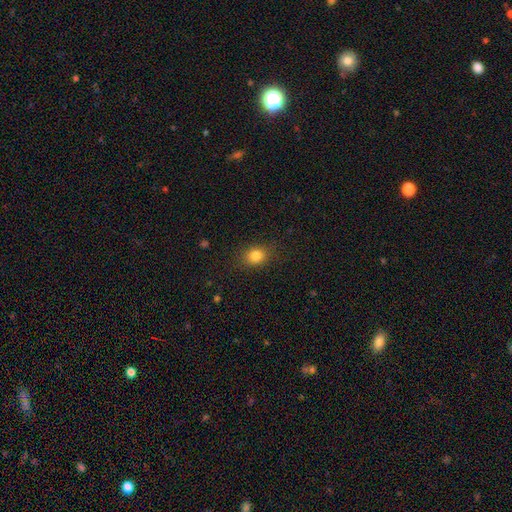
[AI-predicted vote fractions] Smooth or featured? smooth (83%)
How rounded? round (52%)
Merging? none (85%)